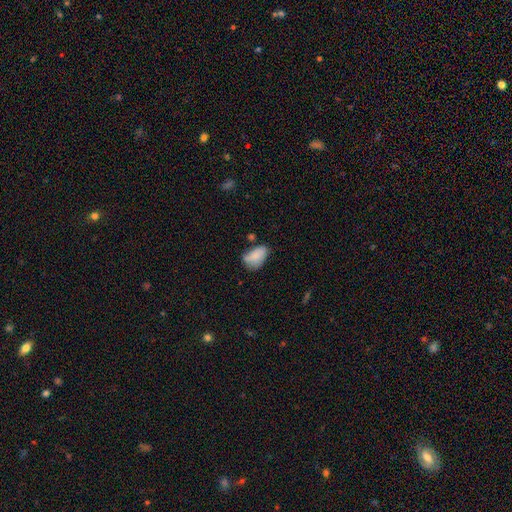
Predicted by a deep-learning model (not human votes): smooth_or_featured: smooth (p=0.78) [alt: featured or disk p=0.14]
how_rounded: in between (p=0.90) [alt: round p=0.08]
merging: none (p=0.44) [alt: minor disturbance p=0.34]